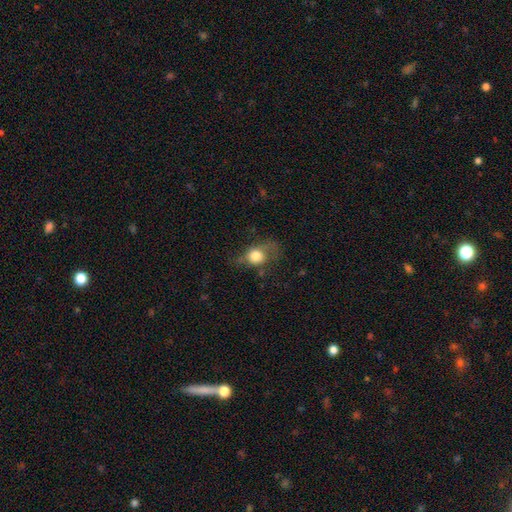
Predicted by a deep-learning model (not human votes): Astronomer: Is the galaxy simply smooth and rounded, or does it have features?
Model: smooth — 70%.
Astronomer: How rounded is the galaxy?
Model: round — 60% (runner-up: in between, 39%).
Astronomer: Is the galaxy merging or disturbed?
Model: none — 40% (runner-up: major disturbance, 30%).